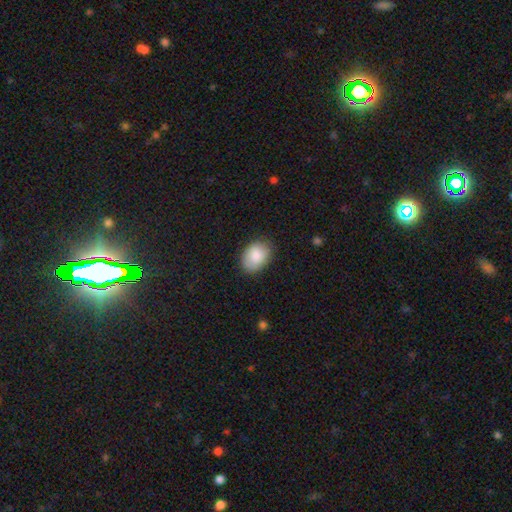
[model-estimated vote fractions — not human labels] A smooth galaxy with no disk features (86%) that is in between round and cigar-shaped (79%).

Vote fractions:
- Smooth or featured? smooth: 86% / featured or disk: 8% / star or artifact: 6%
- How rounded? in between: 79% / round: 20% / cigar-shaped: 1%
- Merging? none: 82% / minor disturbance: 14% / major disturbance: 3% / merger: 1%